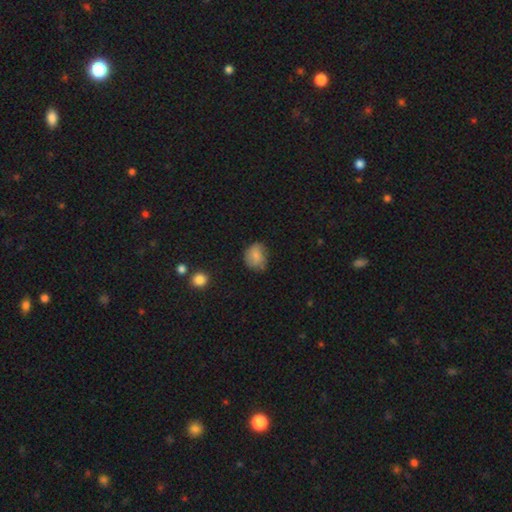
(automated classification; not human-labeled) A smooth galaxy with no disk features (77%) that is round (61%). Merging: none (58%).